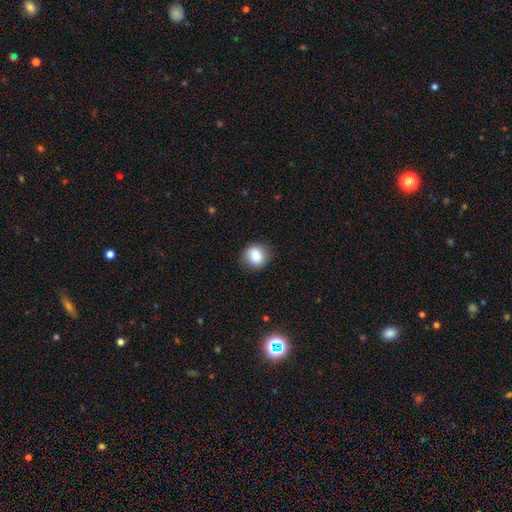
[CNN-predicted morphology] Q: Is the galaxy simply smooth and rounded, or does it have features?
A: smooth — 83%.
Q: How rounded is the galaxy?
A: round — 84%.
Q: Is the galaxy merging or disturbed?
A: none — 86%.